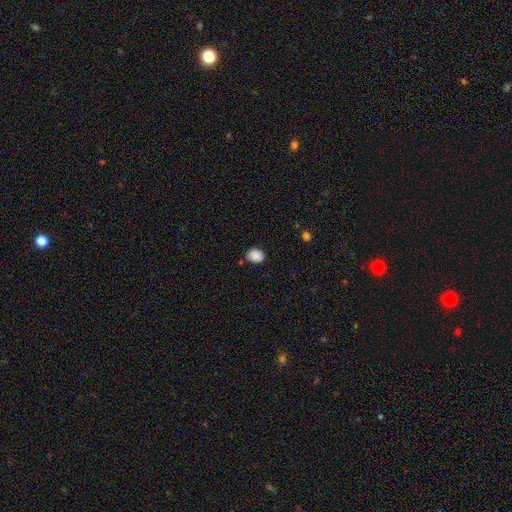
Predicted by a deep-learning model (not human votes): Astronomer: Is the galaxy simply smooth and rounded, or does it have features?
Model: smooth — 88%.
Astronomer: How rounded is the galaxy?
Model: in between — 55% (runner-up: round, 44%).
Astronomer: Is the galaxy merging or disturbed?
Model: none — 82%.